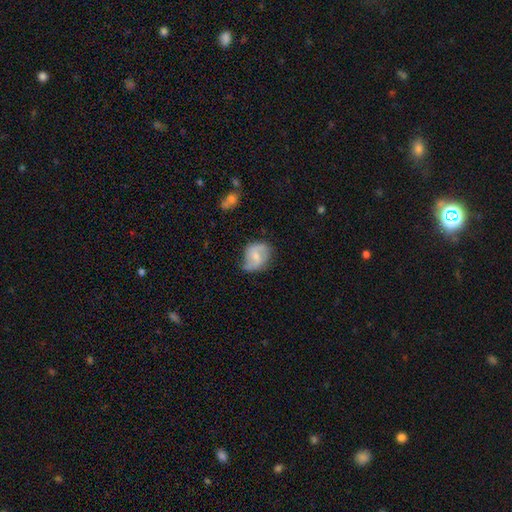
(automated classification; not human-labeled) smooth_or_featured: featured or disk (p=0.58) [alt: smooth p=0.35]
disk_edge_on: no (p=0.97) [alt: yes p=0.03]
bar: weak (p=0.51) [alt: no p=0.34]
has_spiral_arms: yes (p=0.84) [alt: no p=0.16]
bulge_size: small (p=0.49) [alt: moderate p=0.39]
merging: none (p=0.59) [alt: minor disturbance p=0.29]